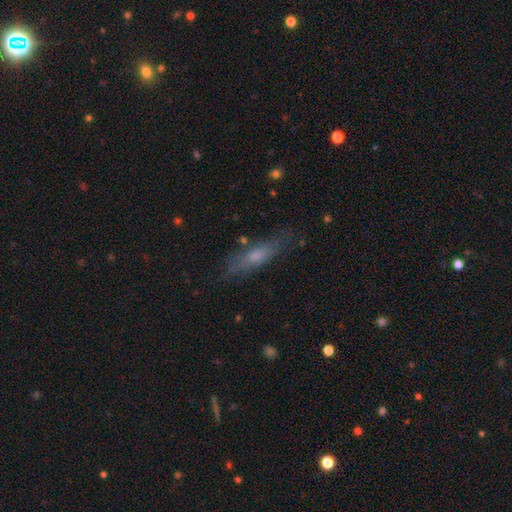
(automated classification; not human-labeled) Smooth or featured?
  - smooth: 49% *
  - featured or disk: 41%
  - star or artifact: 10%
Merging?
  - none: 76% *
  - minor disturbance: 17%
  - major disturbance: 5%
  - merger: 2%